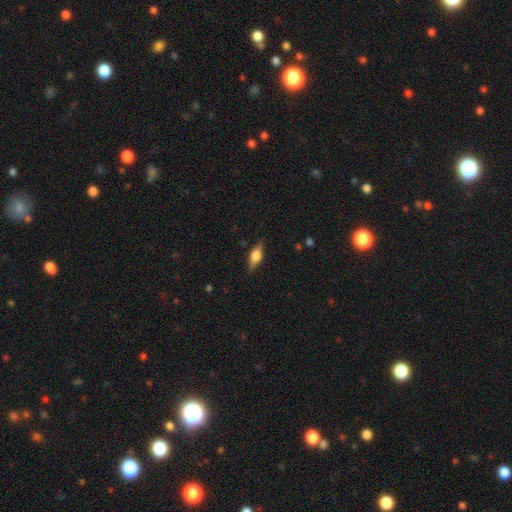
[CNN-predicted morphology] featured or disk 49%, smooth 44%, star or artifact 8%. Down the decision tree: merging — none (84%).